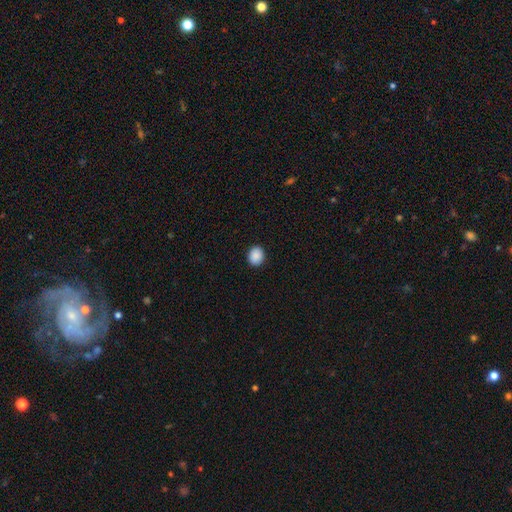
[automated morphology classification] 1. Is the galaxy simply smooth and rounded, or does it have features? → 90% smooth, 8% star or artifact, 3% featured or disk.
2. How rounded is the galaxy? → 59% round, 41% in between, 1% cigar-shaped.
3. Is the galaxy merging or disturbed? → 91% none, 6% minor disturbance, 2% major disturbance, 1% merger.